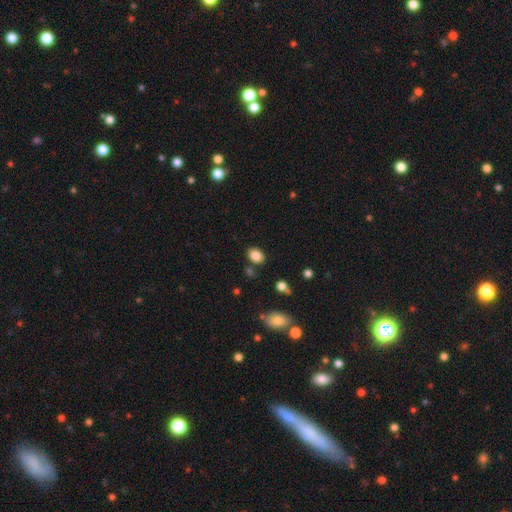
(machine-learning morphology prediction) This is clearly a smooth galaxy (86%). How rounded: likely in between (74%). Merging: clearly none (81%).